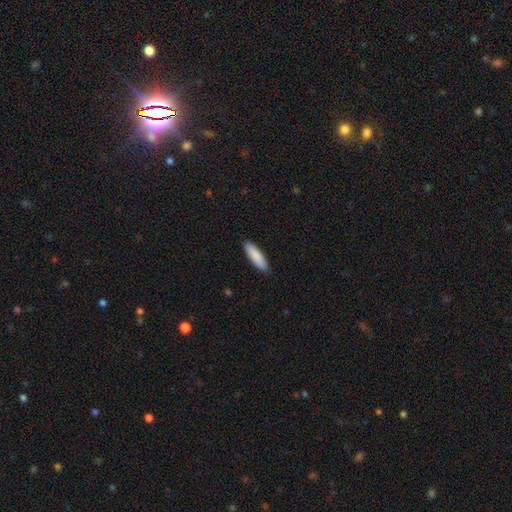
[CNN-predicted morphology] type=smooth (88%); roundness=cigar-shaped (58%); merging=none (90%).